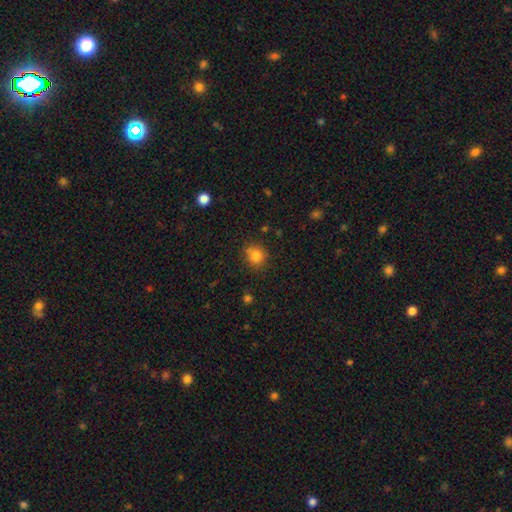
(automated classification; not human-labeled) Q: Smooth or featured?
A: smooth (82%); runner-up: star or artifact (12%)
Q: How rounded?
A: round (82%); runner-up: in between (17%)
Q: Merging?
A: none (76%); runner-up: minor disturbance (15%)